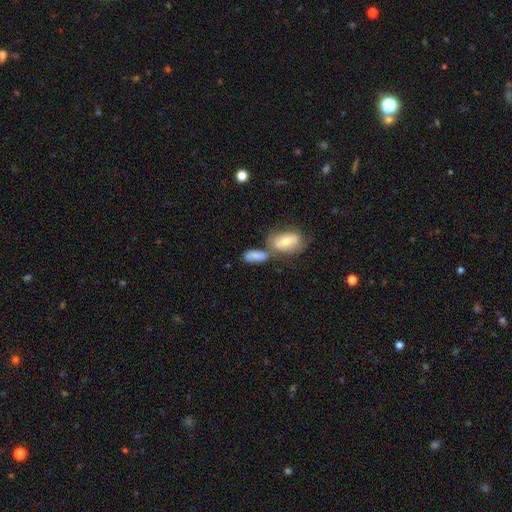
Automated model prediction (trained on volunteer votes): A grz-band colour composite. It shows a smooth galaxy with no disk features (72%) that is in between round and cigar-shaped (81%). Merging: merger (47%).